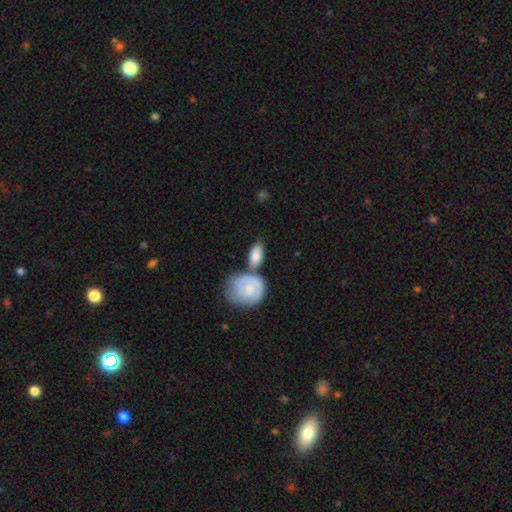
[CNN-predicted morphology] smooth-or-featured: smooth: 78% | featured or disk: 16% | star or artifact: 5%
  how-rounded: in between: 84% | round: 12% | cigar-shaped: 4%
  merging: none: 45% | merger: 25% | minor disturbance: 22% | major disturbance: 8%